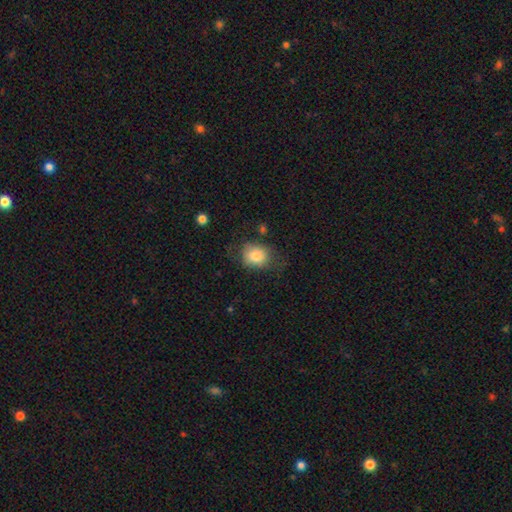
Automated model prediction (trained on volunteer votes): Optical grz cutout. It shows a smooth galaxy with no disk features (79%) that is round (60%). Merging: none (59%).